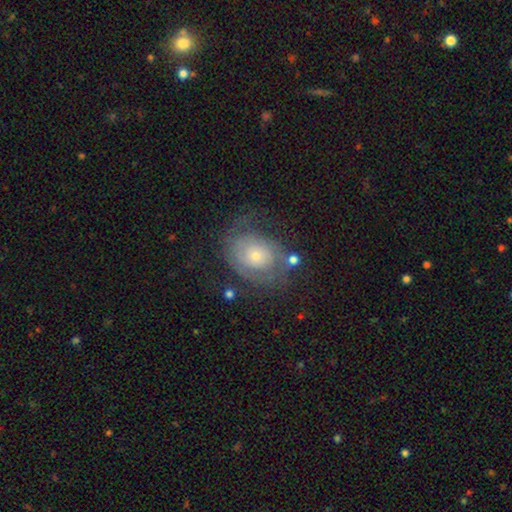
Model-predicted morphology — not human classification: Smooth or featured: featured or disk — 57% (smooth — 33%)
Edge-on disk: no — 96% (yes — 4%)
Bar: no — 84% (weak — 13%)
Spiral arms: yes — 66% (no — 34%)
Bulge size: small — 63% (moderate — 31%)
Merging: none — 50% (minor disturbance — 24%)